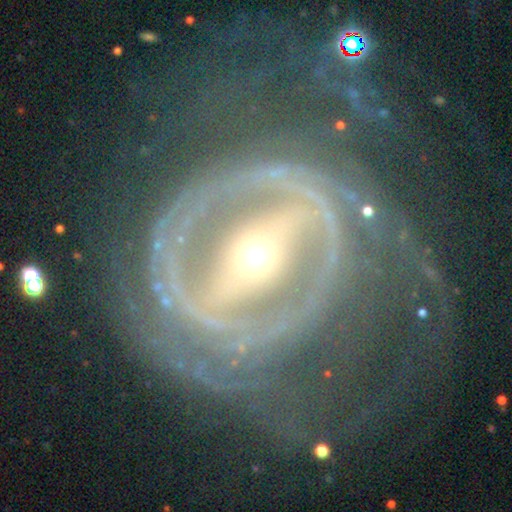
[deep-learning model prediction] A featured or disk galaxy (88%) with a strong bar (76%), tight (65%) spiral arms (72%) and a small central bulge (59%). Merging: none (59%).